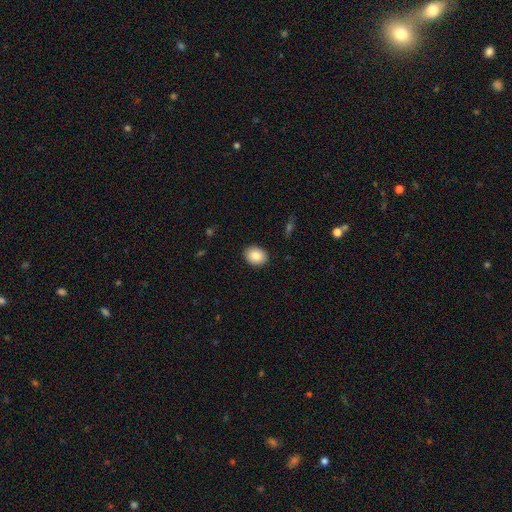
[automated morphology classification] A smooth galaxy with no disk features (86%) that is in between round and cigar-shaped (55%). Merging: none (90%).